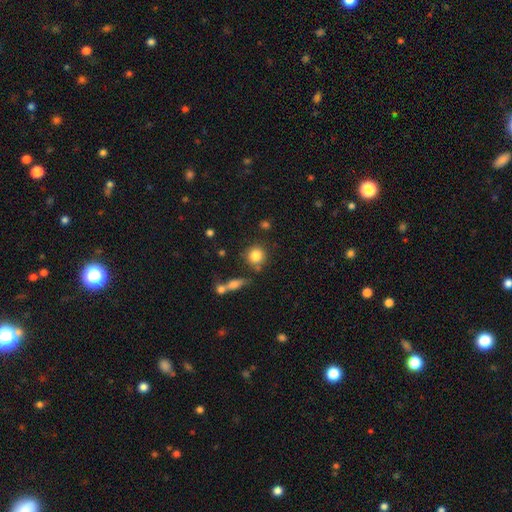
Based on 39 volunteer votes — Smooth or featured? 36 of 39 (92%) said smooth. How rounded? 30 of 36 (83%) said round. Merging? 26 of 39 (67%) said none.